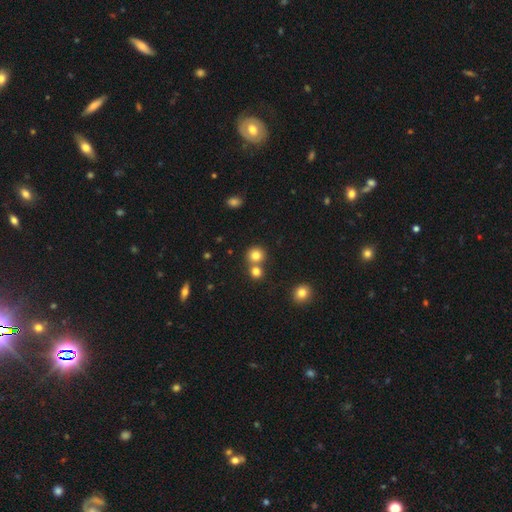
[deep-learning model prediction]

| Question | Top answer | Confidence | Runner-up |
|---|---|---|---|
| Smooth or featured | smooth | 80% | star or artifact (13%) |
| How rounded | round | 90% | in between (9%) |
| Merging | none | 61% | merger (31%) |